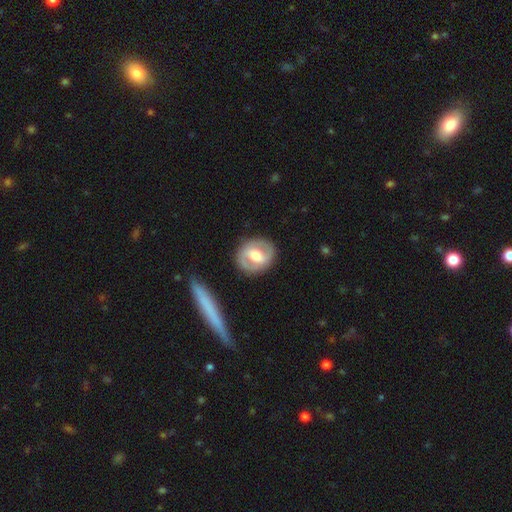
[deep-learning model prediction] Smooth or featured? featured or disk (68%)
Edge-on disk? no (96%)
Bar? weak (40%)
Spiral arms? yes (71%)
Bulge size? moderate (70%)
Merging? none (85%)